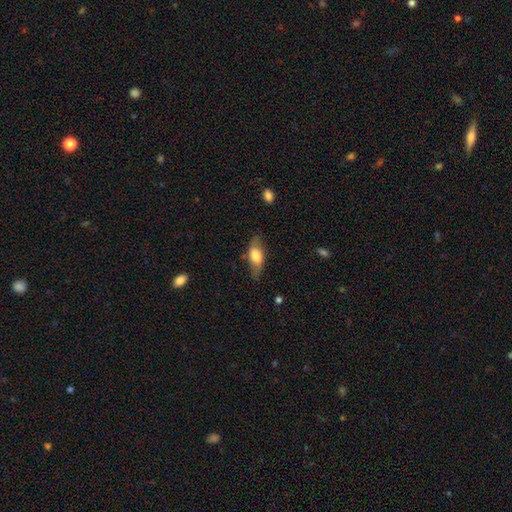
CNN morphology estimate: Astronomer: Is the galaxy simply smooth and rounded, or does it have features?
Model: smooth — 60%.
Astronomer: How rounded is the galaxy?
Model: in between — 73%.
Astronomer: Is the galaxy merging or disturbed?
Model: none — 73%.